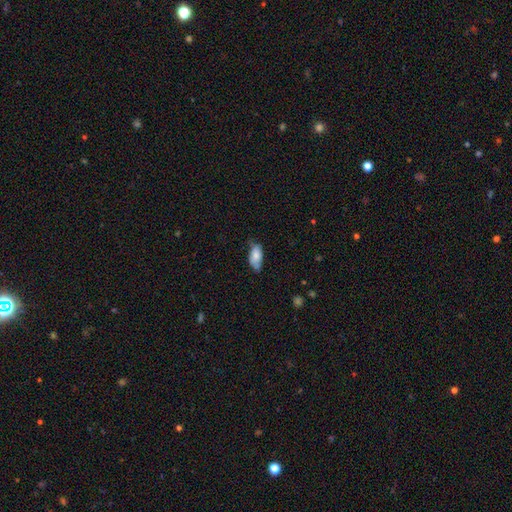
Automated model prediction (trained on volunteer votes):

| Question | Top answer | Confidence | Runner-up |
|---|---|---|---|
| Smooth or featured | smooth | 74% | featured or disk (18%) |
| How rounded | in between | 91% | cigar-shaped (6%) |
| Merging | none | 53% | minor disturbance (35%) |